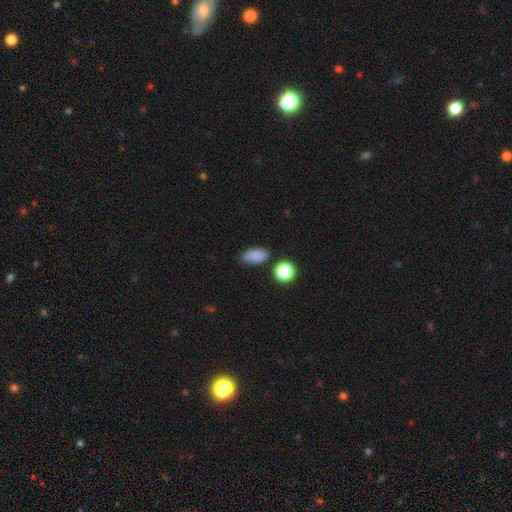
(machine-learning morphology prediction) smooth_or_featured: smooth (p=0.85) [alt: star or artifact p=0.10]
how_rounded: in between (p=0.86) [alt: round p=0.09]
merging: none (p=0.77) [alt: minor disturbance p=0.15]